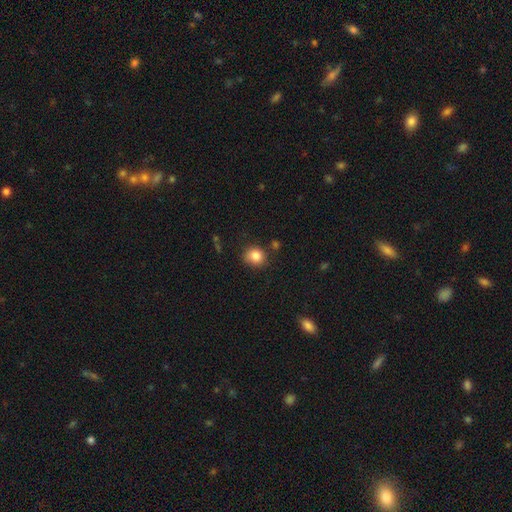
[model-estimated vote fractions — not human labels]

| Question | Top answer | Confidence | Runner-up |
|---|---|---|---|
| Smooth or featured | smooth | 83% | star or artifact (10%) |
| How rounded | round | 82% | in between (17%) |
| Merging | none | 81% | minor disturbance (13%) |